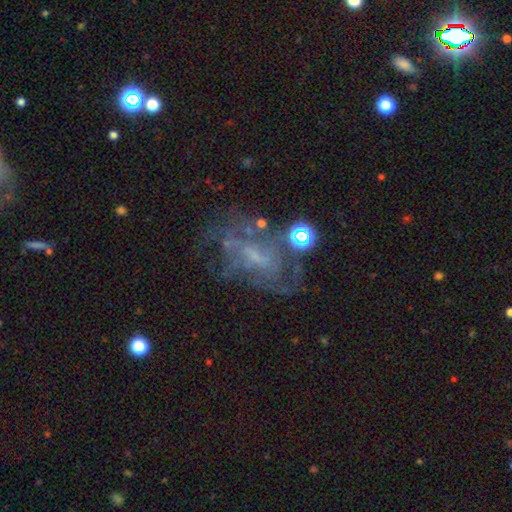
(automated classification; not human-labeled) A featured or disk galaxy (68%) with no bar (46%), spiral arms (68%) and a small central bulge (38%). Merging: none (51%).